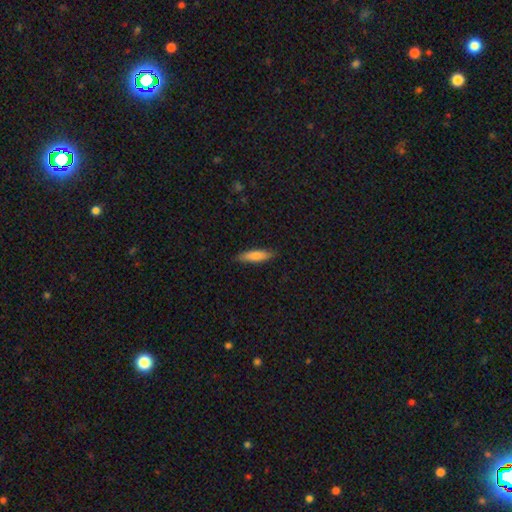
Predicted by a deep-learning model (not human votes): smooth-or-featured: smooth: 81% | featured or disk: 14% | star or artifact: 6%
  how-rounded: cigar-shaped: 65% | in between: 34% | round: 2%
  merging: none: 86% | minor disturbance: 11% | major disturbance: 2% | merger: 1%